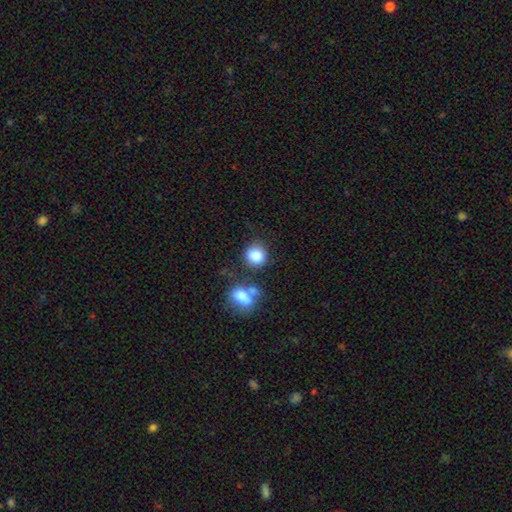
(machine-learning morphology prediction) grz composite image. It shows a smooth galaxy with no disk features (85%) that is round (83%). Merging: none (67%).